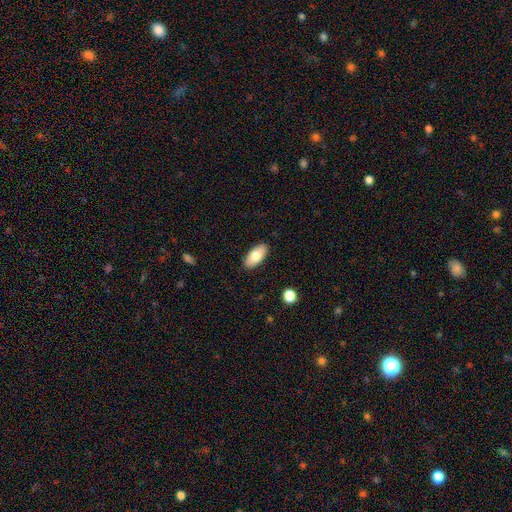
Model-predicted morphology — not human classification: smooth-or-featured: smooth: 78% | featured or disk: 16% | star or artifact: 6%
  how-rounded: in between: 91% | cigar-shaped: 7% | round: 2%
  merging: none: 89% | minor disturbance: 8% | major disturbance: 2% | merger: 1%